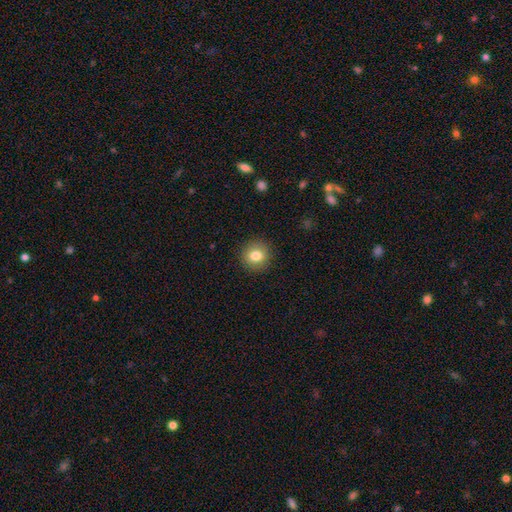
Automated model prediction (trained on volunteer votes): Smooth or featured?
  - smooth: 81% *
  - star or artifact: 10%
  - featured or disk: 9%
How rounded?
  - round: 88% *
  - in between: 11%
  - cigar-shaped: 1%
Merging?
  - none: 91% *
  - minor disturbance: 6%
  - major disturbance: 2%
  - merger: 1%